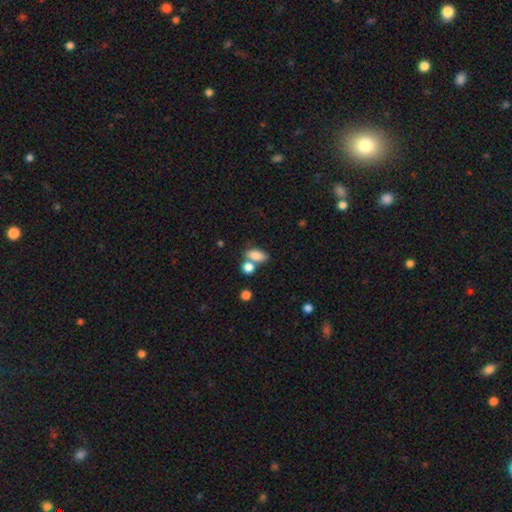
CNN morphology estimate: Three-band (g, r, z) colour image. It shows a smooth galaxy with no disk features (83%) that is in between round and cigar-shaped (86%). Merging: none (49%).